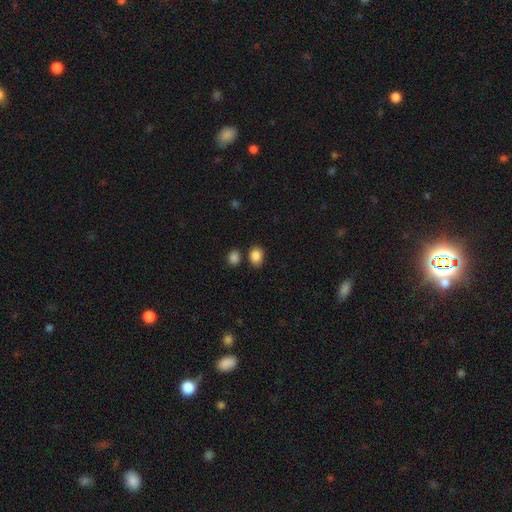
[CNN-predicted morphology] type=smooth (86%); roundness=in between (50%); merging=none (75%).